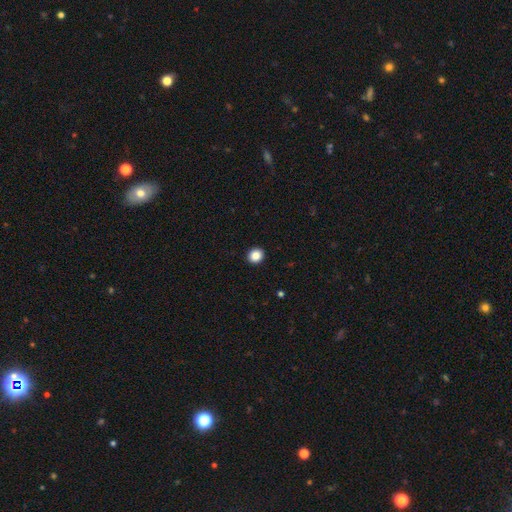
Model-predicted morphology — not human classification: smooth_or_featured: smooth (p=0.87) [alt: star or artifact p=0.10]
how_rounded: round (p=0.81) [alt: in between p=0.18]
merging: none (p=0.93) [alt: minor disturbance p=0.04]